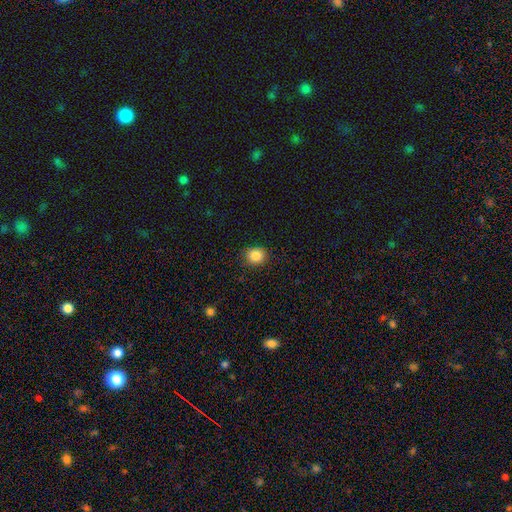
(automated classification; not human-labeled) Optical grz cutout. It shows a smooth galaxy with no disk features (85%) that is round (76%). Merging: none (85%).